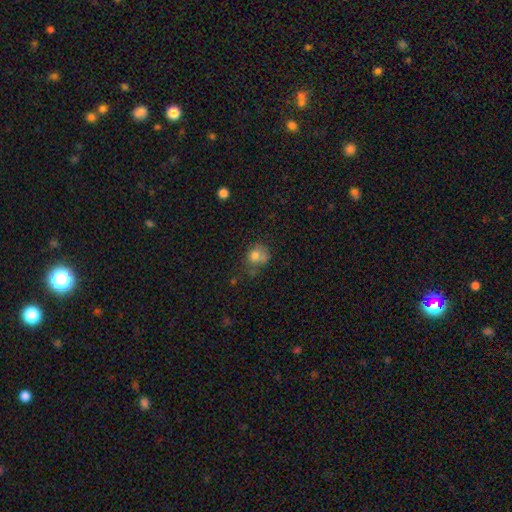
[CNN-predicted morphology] A smooth galaxy with no disk features (75%) that is round (69%).

Vote fractions:
- Smooth or featured? smooth: 75% / featured or disk: 13% / star or artifact: 12%
- How rounded? round: 69% / in between: 31% / cigar-shaped: 1%
- Merging? none: 45% / minor disturbance: 25% / merger: 16% / major disturbance: 14%